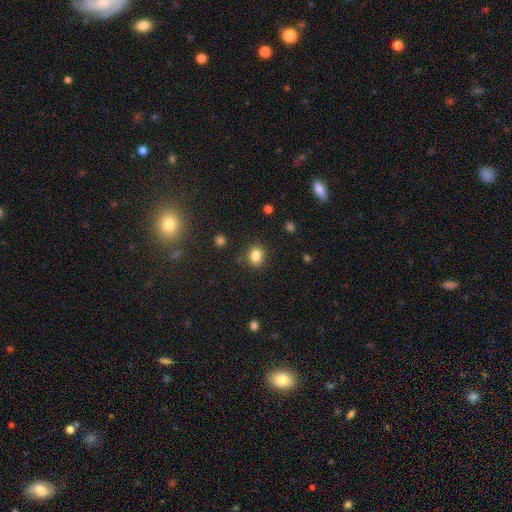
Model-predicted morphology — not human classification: The model was most divided on "how rounded": in between: 53%, round: 46%, cigar-shaped: 1%. More confident: merging — none (84%); smooth or featured — smooth (83%).